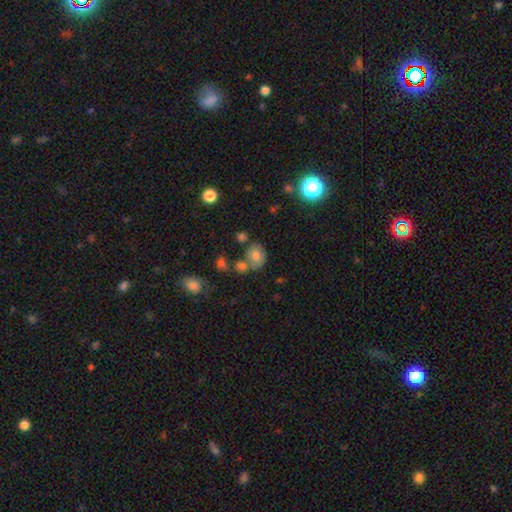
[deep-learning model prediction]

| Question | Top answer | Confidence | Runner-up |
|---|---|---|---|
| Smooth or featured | smooth | 71% | featured or disk (17%) |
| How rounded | round | 56% | in between (43%) |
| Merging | none | 51% | merger (25%) |